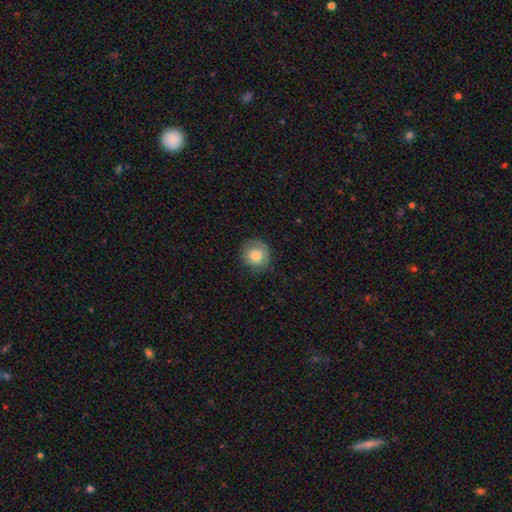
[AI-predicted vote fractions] Morphology: type=smooth (81%); roundness=round (89%); merging=none (81%).